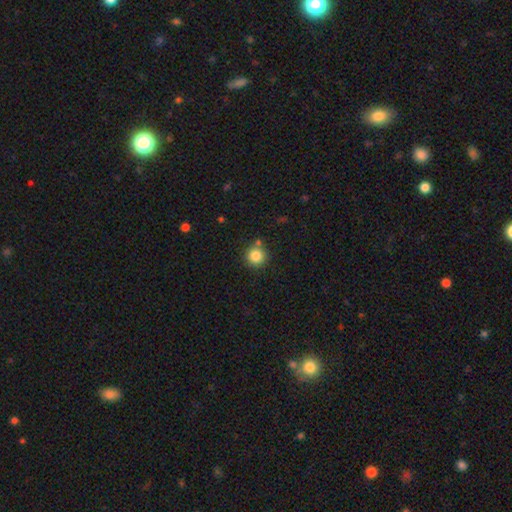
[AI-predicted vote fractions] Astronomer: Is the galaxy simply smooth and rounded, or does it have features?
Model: smooth — 84%.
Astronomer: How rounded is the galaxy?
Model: round — 94%.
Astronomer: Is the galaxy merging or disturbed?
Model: none — 79%.